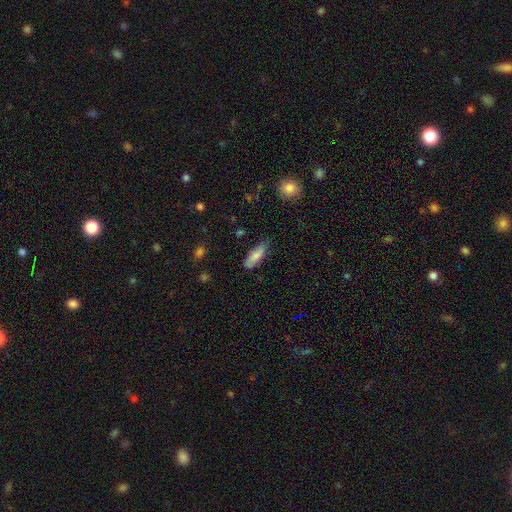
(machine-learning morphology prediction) This appears to be a smooth galaxy with no disk features (81%) that is in between round and cigar-shaped (61%). Merging: none (72%).